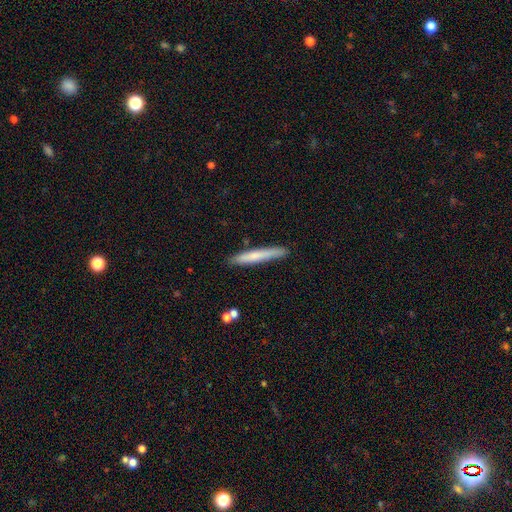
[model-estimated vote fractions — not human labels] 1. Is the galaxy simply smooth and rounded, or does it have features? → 67% smooth, 27% featured or disk, 6% star or artifact.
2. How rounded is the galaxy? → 96% cigar-shaped, 3% in between, 1% round.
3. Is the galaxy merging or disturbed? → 86% none, 10% minor disturbance, 2% merger, 2% major disturbance.